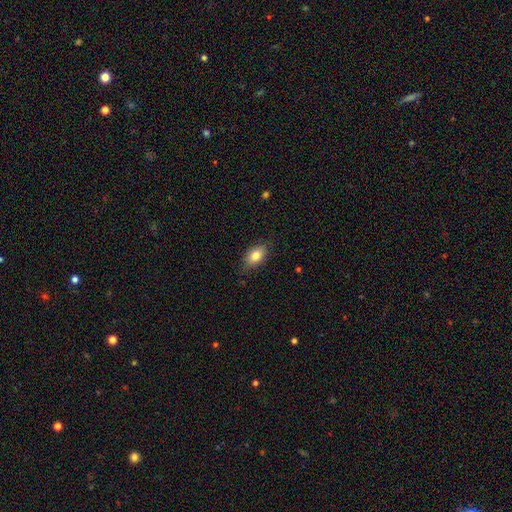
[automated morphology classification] This is clearly a smooth galaxy (82%). How rounded: clearly in between (87%). Merging: clearly none (80%).